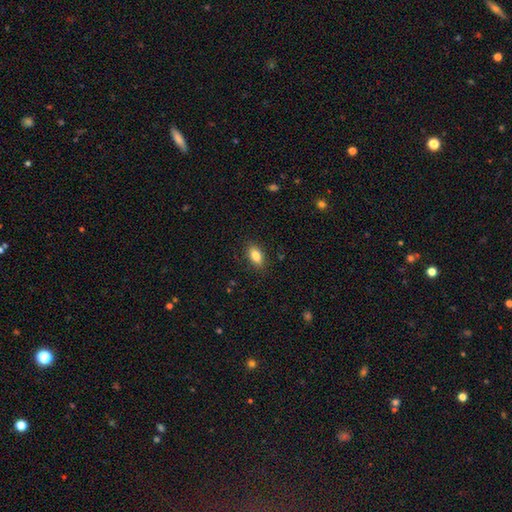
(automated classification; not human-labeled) Smooth or featured: smooth — 82% (featured or disk — 10%)
How rounded: in between — 88% (round — 6%)
Merging: none — 87% (minor disturbance — 10%)